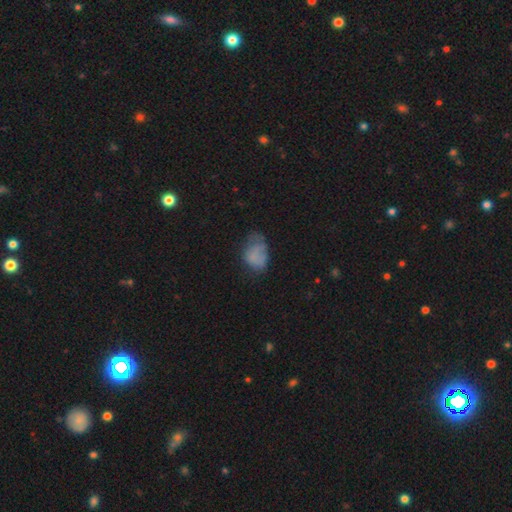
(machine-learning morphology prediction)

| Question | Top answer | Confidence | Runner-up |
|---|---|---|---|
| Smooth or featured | smooth | 71% | featured or disk (17%) |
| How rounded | in between | 78% | round (21%) |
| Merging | none | 36% | tied: minor disturbance (36%) |